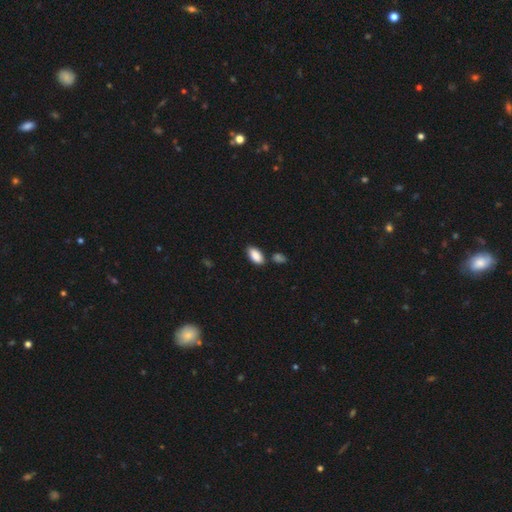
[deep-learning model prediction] Smooth or featured? smooth (89%)
How rounded? in between (93%)
Merging? none (75%)